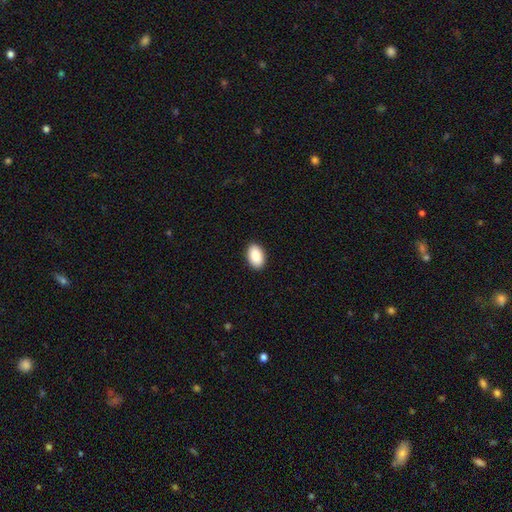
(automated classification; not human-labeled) The model was most divided on "smooth or featured": smooth: 90%, star or artifact: 6%, featured or disk: 4%. More confident: how rounded — in between (93%); merging — none (91%).